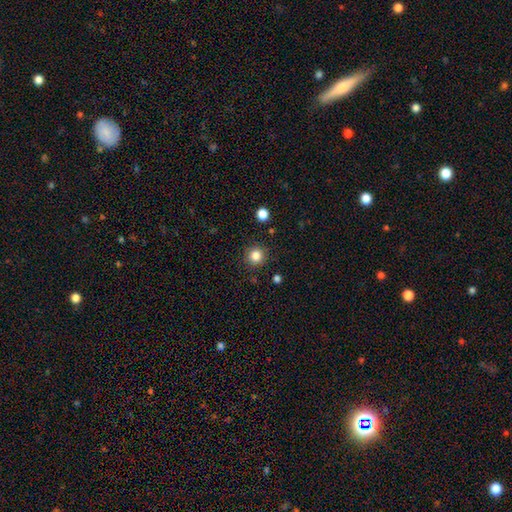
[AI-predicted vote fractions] Smooth or featured? Predicted: smooth (p=0.83). How rounded? Predicted: round (p=0.94). Merging? Predicted: none (p=0.90).